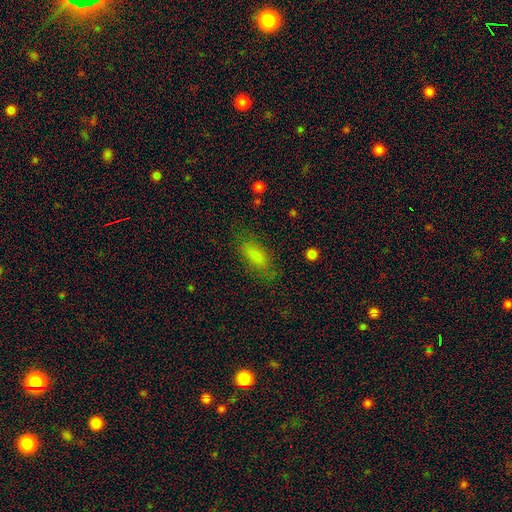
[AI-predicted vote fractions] Smooth or featured? smooth (78%)
How rounded? in between (70%)
Merging? none (78%)